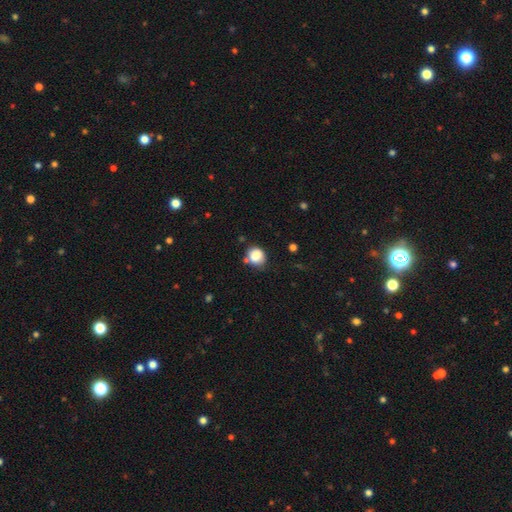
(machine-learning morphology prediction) smooth_or_featured: smooth (p=0.85) [alt: star or artifact p=0.10]
how_rounded: round (p=0.79) [alt: in between p=0.21]
merging: none (p=0.62) [alt: minor disturbance p=0.22]